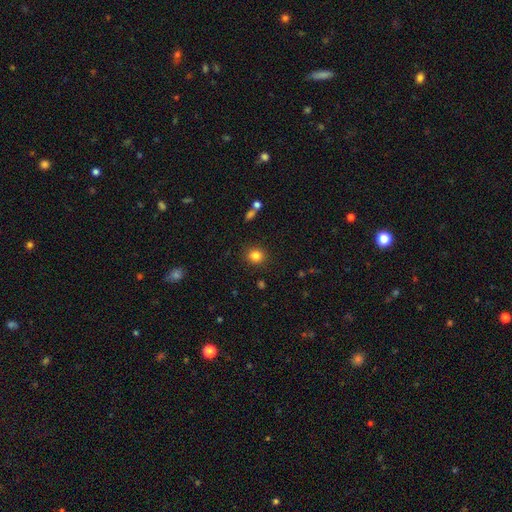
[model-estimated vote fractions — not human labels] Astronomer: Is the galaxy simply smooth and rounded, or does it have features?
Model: smooth — 83%.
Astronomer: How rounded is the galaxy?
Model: round — 84%.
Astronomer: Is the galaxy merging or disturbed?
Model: none — 89%.